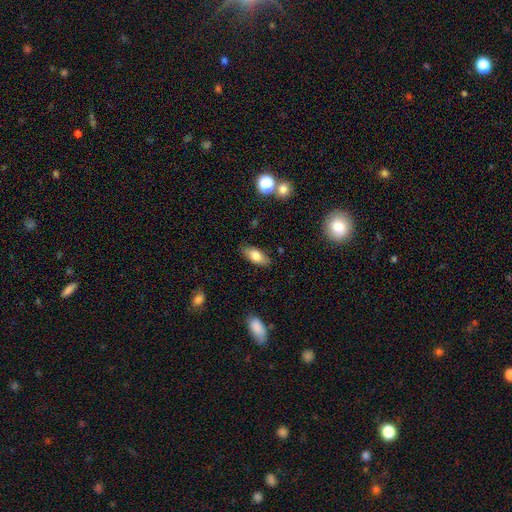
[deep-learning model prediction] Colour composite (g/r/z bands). It shows a smooth galaxy with no disk features (77%) that is in between round and cigar-shaped (85%). Merging: none (85%).